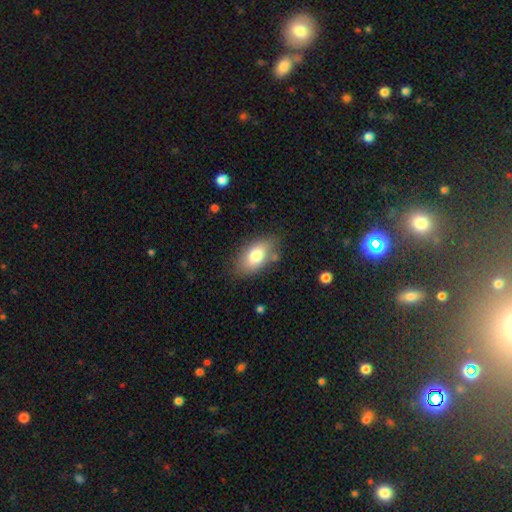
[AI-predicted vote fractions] Smooth or featured?
  - smooth: 77% *
  - featured or disk: 15%
  - star or artifact: 8%
How rounded?
  - in between: 90% *
  - round: 6%
  - cigar-shaped: 3%
Merging?
  - none: 77% *
  - minor disturbance: 16%
  - major disturbance: 4%
  - merger: 3%